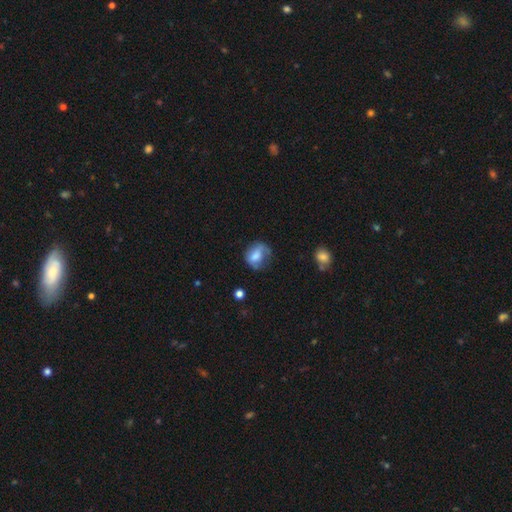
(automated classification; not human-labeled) Smooth or featured?
  - smooth: 64% *
  - featured or disk: 27%
  - star or artifact: 9%
How rounded?
  - in between: 50% *
  - round: 49%
  - cigar-shaped: 1%
Merging?
  - none: 40% *
  - minor disturbance: 32%
  - major disturbance: 26%
  - merger: 3%